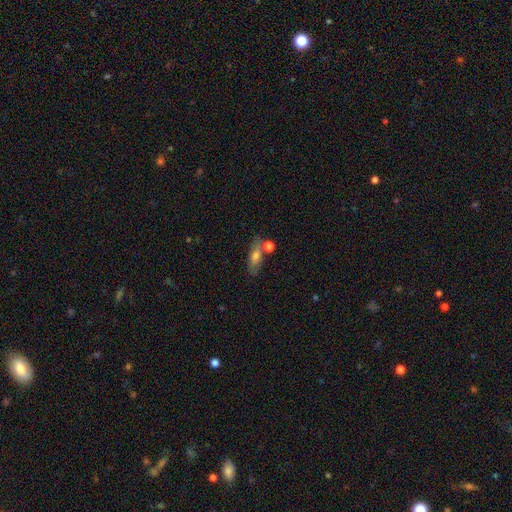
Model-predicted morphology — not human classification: The model was most divided on "how rounded": in between: 62%, cigar-shaped: 32%, round: 7%. More confident: smooth or featured — smooth (66%); merging — none (60%).